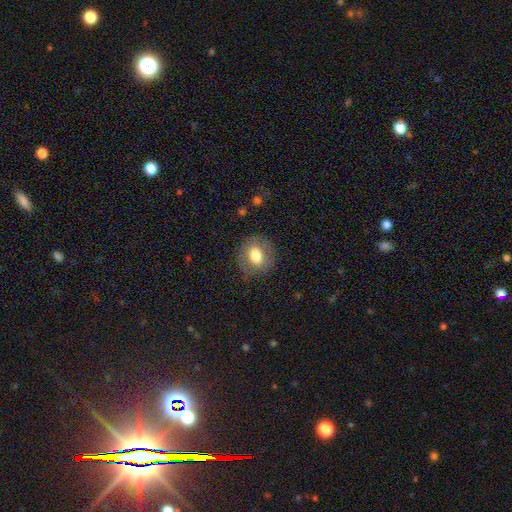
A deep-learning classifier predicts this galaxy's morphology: smooth 70%, featured or disk 21%, star or artifact 9%. Down the decision tree: how rounded — round (67%); merging — none (81%).